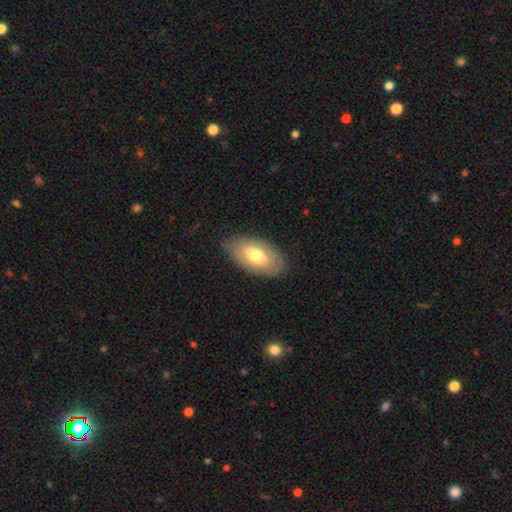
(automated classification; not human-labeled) This appears to be a smooth galaxy with no disk features (70%) that is in between round and cigar-shaped (93%). Merging: none (81%).